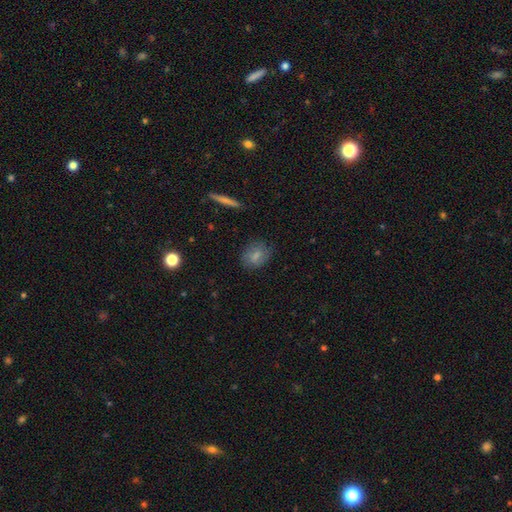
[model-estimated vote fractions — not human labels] A smooth galaxy with no disk features (73%) that is in between round and cigar-shaped (54%).

Vote fractions:
- Smooth or featured? smooth: 73% / featured or disk: 19% / star or artifact: 8%
- How rounded? in between: 54% / round: 43% / cigar-shaped: 3%
- Merging? none: 78% / minor disturbance: 16% / major disturbance: 5% / merger: 1%